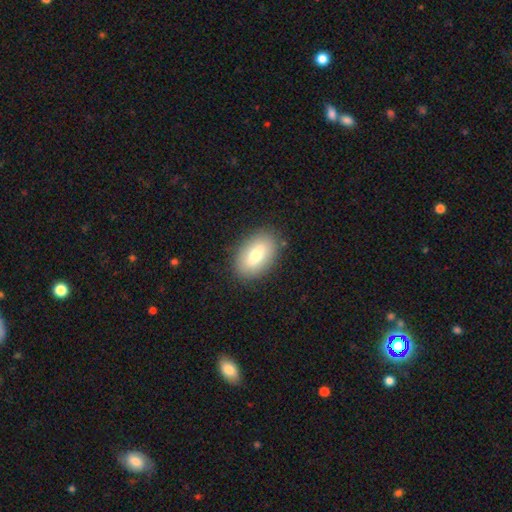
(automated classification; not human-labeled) The model was most divided on "smooth or featured": smooth: 68%, featured or disk: 24%, star or artifact: 7%. More confident: how rounded — in between (91%); merging — none (86%).